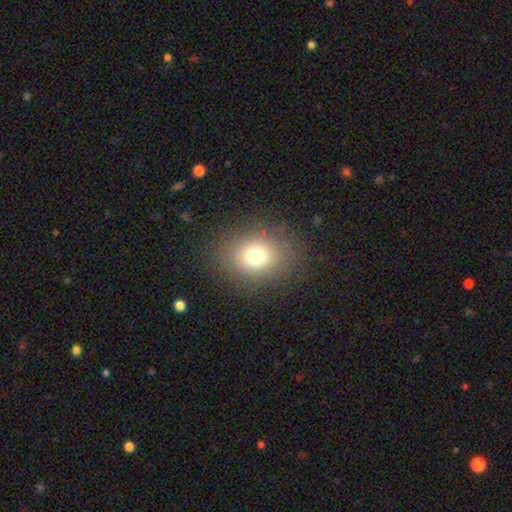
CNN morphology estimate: Smooth or featured?
  - smooth: 73% *
  - star or artifact: 17%
  - featured or disk: 10%
How rounded?
  - round: 61% *
  - in between: 38%
  - cigar-shaped: 1%
Merging?
  - none: 86% *
  - minor disturbance: 8%
  - major disturbance: 5%
  - merger: 1%